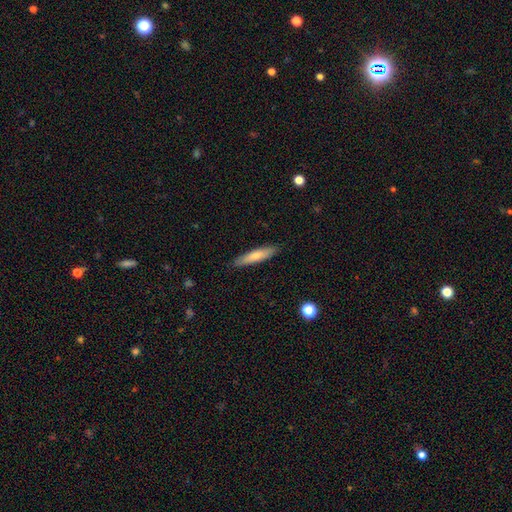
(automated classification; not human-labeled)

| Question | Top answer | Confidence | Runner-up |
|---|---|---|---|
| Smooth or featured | smooth | 74% | featured or disk (20%) |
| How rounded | cigar-shaped | 82% | in between (17%) |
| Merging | none | 88% | minor disturbance (9%) |